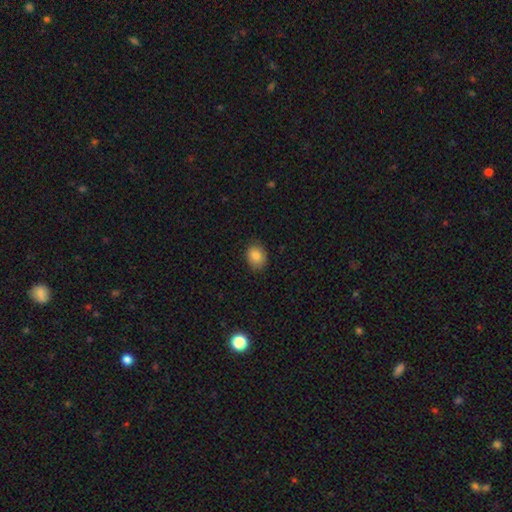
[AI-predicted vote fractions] Overall: smooth (84%). How rounded: in between (53%; round 46%). Merging: none (84%).